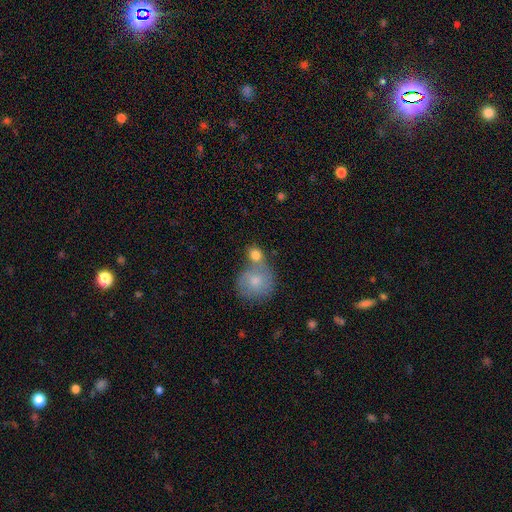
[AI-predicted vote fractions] Smooth or featured: smooth — 78% (featured or disk — 14%)
How rounded: round — 73% (in between — 25%)
Merging: merger — 48% (none — 37%)